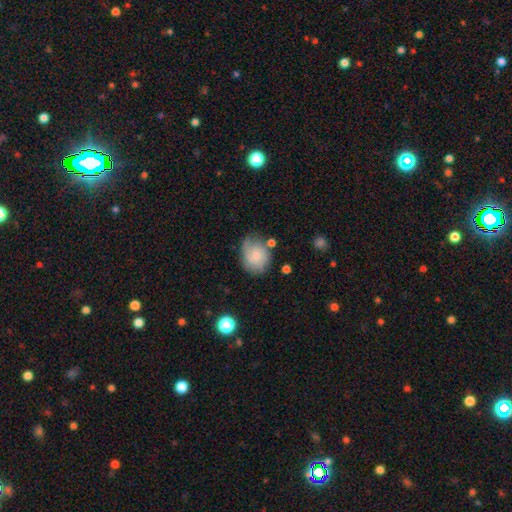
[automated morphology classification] A smooth galaxy with no disk features (53%) that is round (52%).

Vote fractions:
- Smooth or featured? smooth: 53% / featured or disk: 39% / star or artifact: 8%
- How rounded? round: 52% / in between: 47% / cigar-shaped: 1%
- Merging? none: 56% / minor disturbance: 27% / major disturbance: 11% / merger: 6%